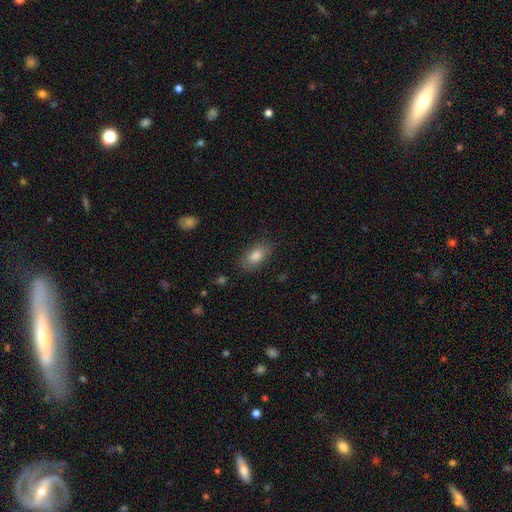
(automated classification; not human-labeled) Q: Smooth or featured?
A: smooth (82%); runner-up: featured or disk (10%)
Q: How rounded?
A: in between (89%); runner-up: round (7%)
Q: Merging?
A: none (84%); runner-up: minor disturbance (12%)